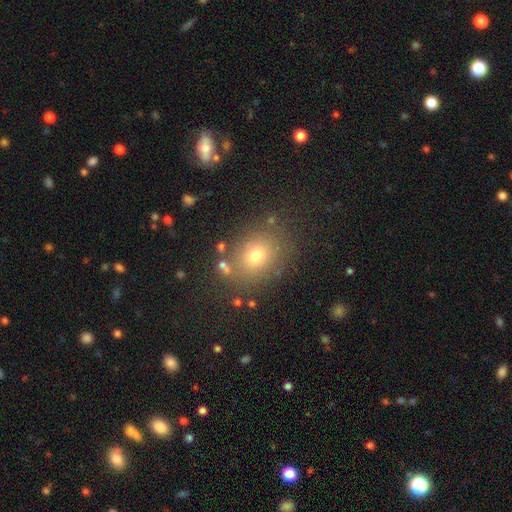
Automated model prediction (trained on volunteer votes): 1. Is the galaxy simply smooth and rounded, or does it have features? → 72% smooth, 17% star or artifact, 12% featured or disk.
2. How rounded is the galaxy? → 53% round, 46% in between, 1% cigar-shaped.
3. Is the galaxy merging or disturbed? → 79% none, 11% minor disturbance, 5% merger, 5% major disturbance.